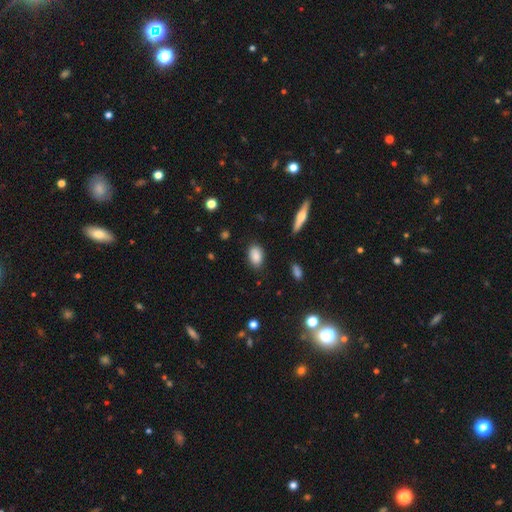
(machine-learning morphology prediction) Smooth or featured?
  - smooth: 86% *
  - star or artifact: 7%
  - featured or disk: 6%
How rounded?
  - in between: 85% *
  - round: 13%
  - cigar-shaped: 2%
Merging?
  - none: 82% *
  - minor disturbance: 13%
  - major disturbance: 3%
  - merger: 2%